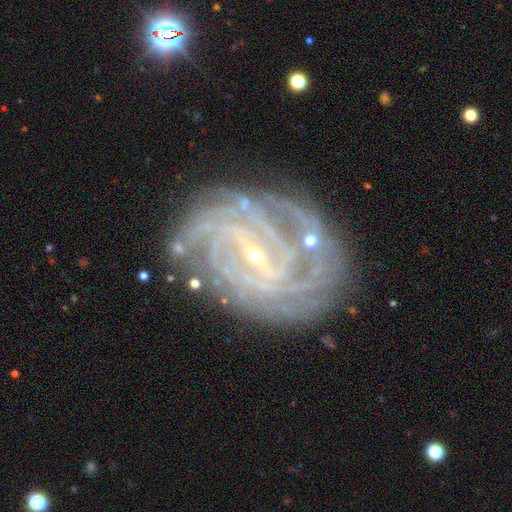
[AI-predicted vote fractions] This is clearly a featured or disk galaxy (91%). It is clearly not viewed edge-on (97%). Bar: possibly strong (45%). Spiral arm pattern: clearly yes (98%). Spiral arm count: marginally 4 (30%). Spiral winding: likely tight (76%). Central bulge: clearly small (83%). Merging: likely none (77%).